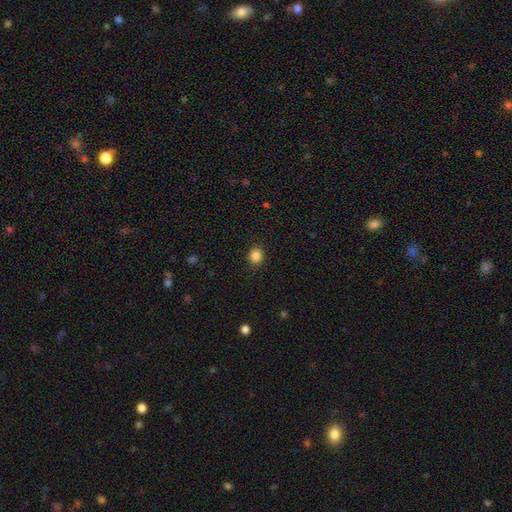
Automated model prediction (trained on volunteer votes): smooth 86%, star or artifact 11%, featured or disk 3%. Down the decision tree: how rounded — round (75%); merging — none (90%).